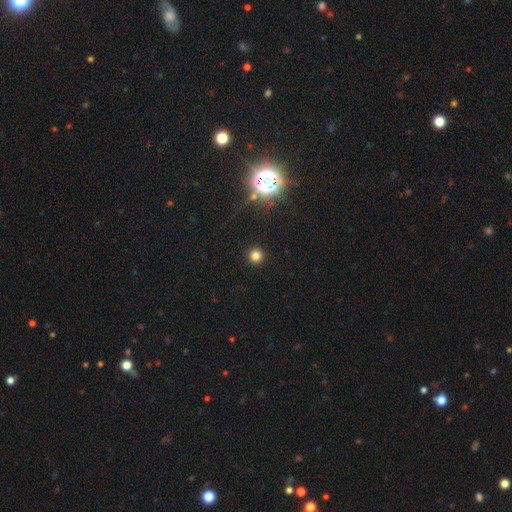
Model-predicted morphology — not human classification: smooth_or_featured: smooth (p=0.76) [alt: star or artifact p=0.18]
how_rounded: round (p=0.95) [alt: in between p=0.04]
merging: none (p=0.92) [alt: minor disturbance p=0.05]